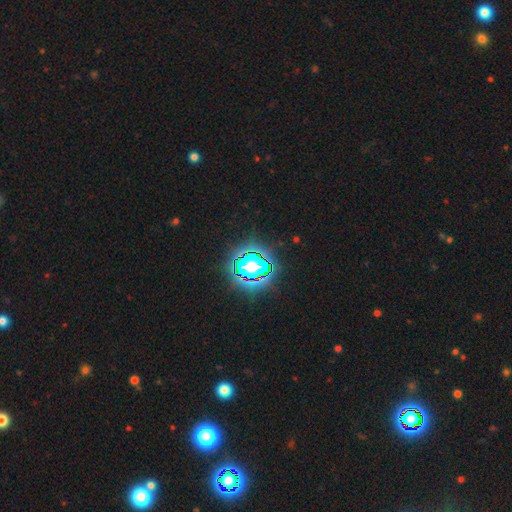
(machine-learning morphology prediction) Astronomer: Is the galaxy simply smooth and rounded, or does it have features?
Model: star or artifact — 82%.